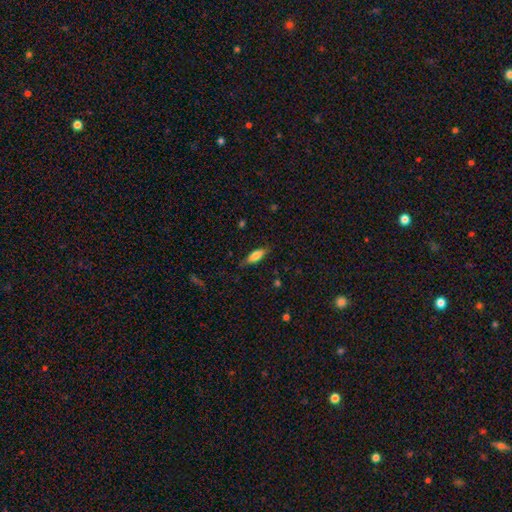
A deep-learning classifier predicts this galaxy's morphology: A smooth galaxy with no disk features (78%) that is in between round and cigar-shaped (65%). Merging: none (77%).